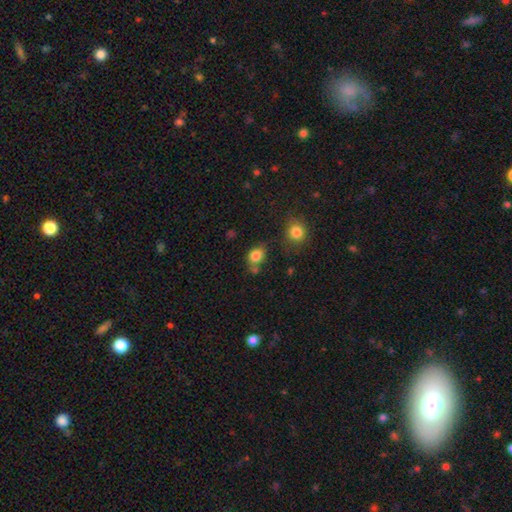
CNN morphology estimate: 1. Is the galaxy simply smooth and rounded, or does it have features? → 82% smooth, 11% star or artifact, 7% featured or disk.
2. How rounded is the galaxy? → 52% in between, 46% round, 1% cigar-shaped.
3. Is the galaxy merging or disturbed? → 59% none, 18% minor disturbance, 17% merger, 6% major disturbance.